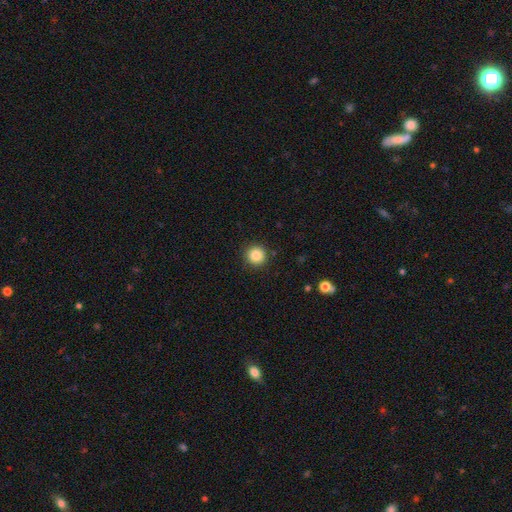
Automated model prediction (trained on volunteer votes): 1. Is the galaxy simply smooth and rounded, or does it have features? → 86% smooth, 10% star or artifact, 4% featured or disk.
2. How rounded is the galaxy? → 95% round, 4% in between, 1% cigar-shaped.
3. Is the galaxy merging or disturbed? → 90% none, 6% minor disturbance, 2% major disturbance, 1% merger.